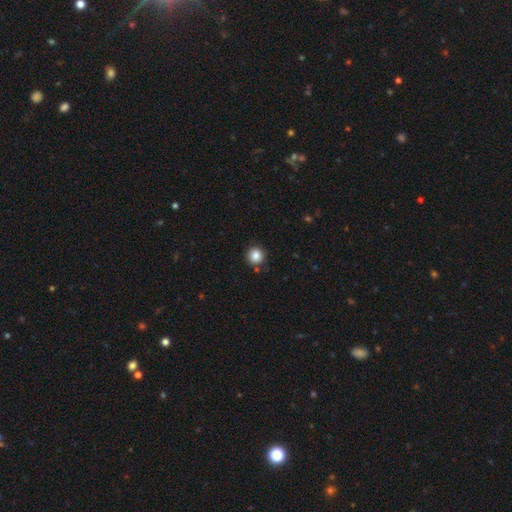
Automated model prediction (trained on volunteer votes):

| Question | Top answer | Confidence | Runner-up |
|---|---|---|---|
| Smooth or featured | smooth | 85% | star or artifact (11%) |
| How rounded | round | 93% | in between (6%) |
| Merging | none | 85% | minor disturbance (9%) |